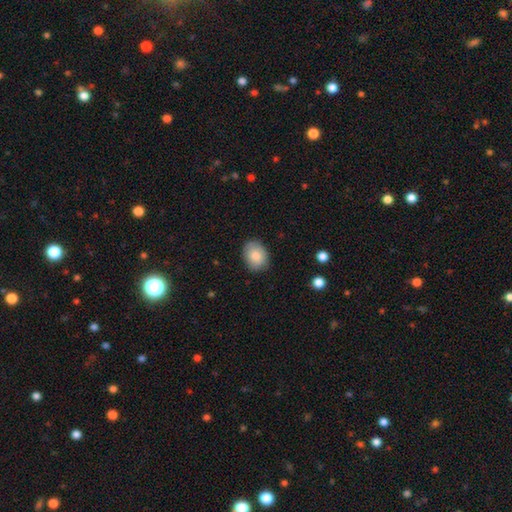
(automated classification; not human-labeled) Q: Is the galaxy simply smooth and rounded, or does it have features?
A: smooth — 84%.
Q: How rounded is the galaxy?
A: in between — 68%.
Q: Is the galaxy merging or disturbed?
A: none — 83%.